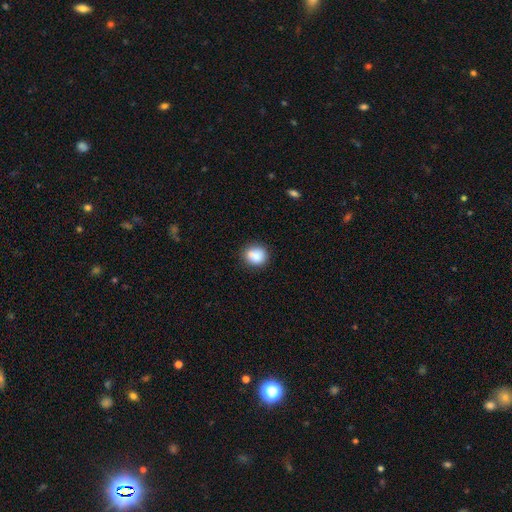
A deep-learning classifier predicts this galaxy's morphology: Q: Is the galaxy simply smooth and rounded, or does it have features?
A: smooth — 84%.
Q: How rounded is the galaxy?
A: round — 74%.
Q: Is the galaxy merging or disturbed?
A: none — 73%.